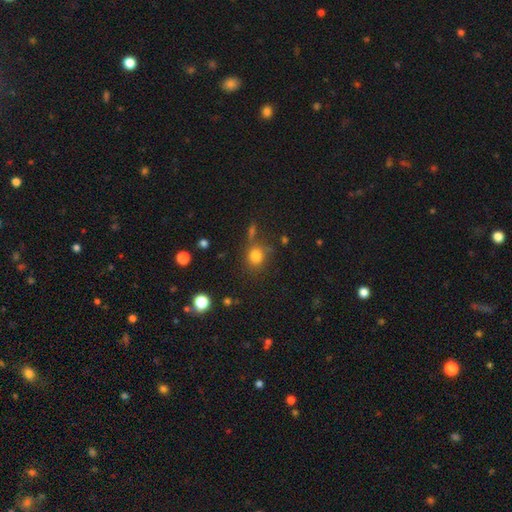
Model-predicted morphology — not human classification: This is likely a smooth galaxy (80%). How rounded: clearly round (80%). Merging: likely none (69%).